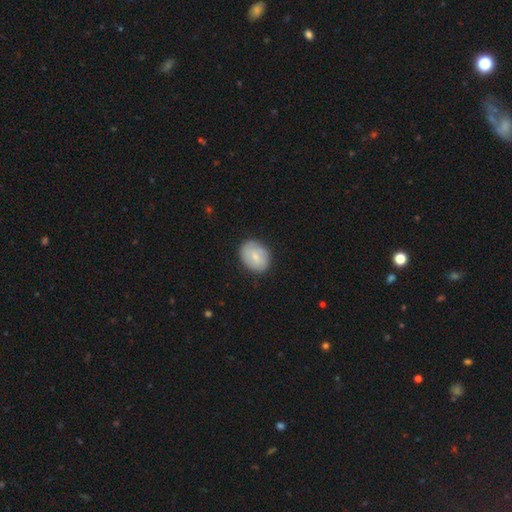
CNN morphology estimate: Q: Smooth or featured?
A: smooth (63%); runner-up: featured or disk (30%)
Q: How rounded?
A: in between (53%); runner-up: round (46%)
Q: Merging?
A: none (81%); runner-up: minor disturbance (14%)